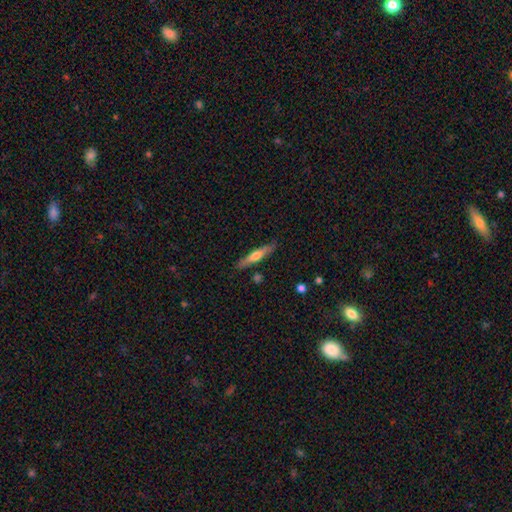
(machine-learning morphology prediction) This is possibly a featured or disk galaxy (49%). Merging: clearly none (86%).